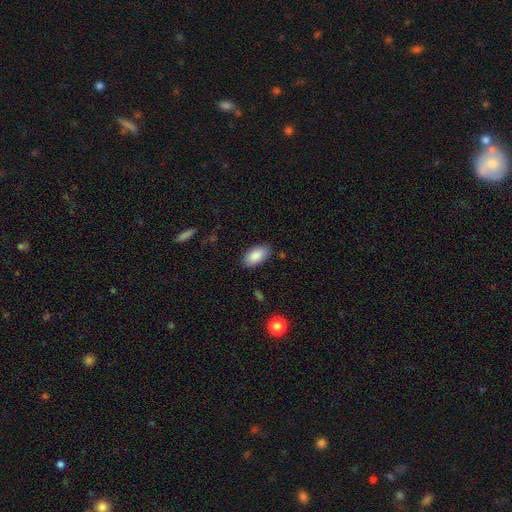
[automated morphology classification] smooth_or_featured: smooth (p=0.88) [alt: star or artifact p=0.06]
how_rounded: in between (p=0.94) [alt: round p=0.03]
merging: none (p=0.85) [alt: minor disturbance p=0.11]